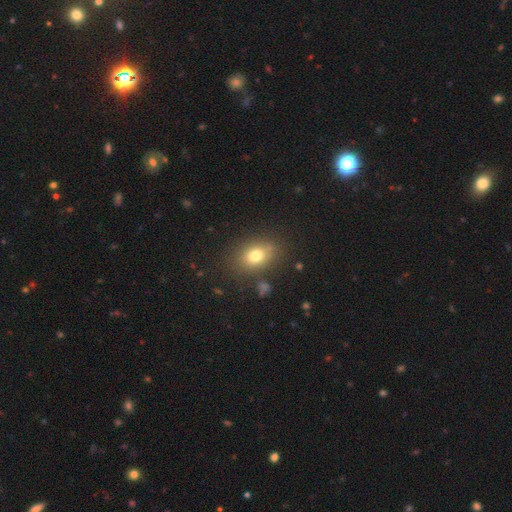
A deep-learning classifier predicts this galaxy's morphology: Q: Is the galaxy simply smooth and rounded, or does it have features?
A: smooth — 77%.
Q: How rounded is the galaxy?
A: in between — 71%.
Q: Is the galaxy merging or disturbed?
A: none — 80%.